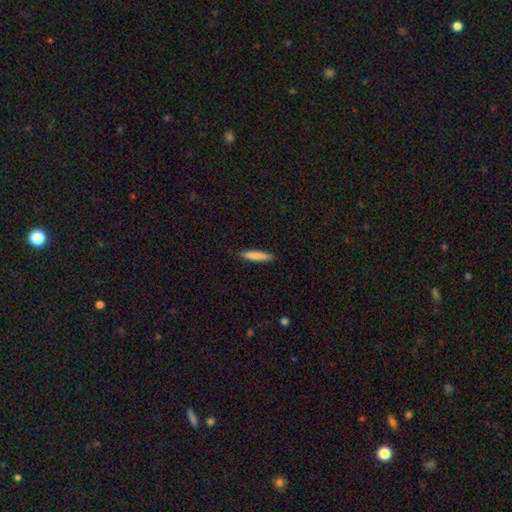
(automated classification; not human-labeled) This is clearly a smooth galaxy (81%). How rounded: clearly cigar-shaped (89%). Merging: clearly none (86%).